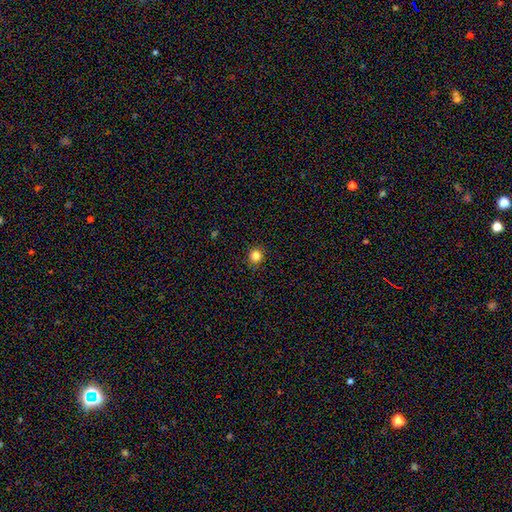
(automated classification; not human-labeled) The model was most divided on "smooth or featured": smooth: 83%, star or artifact: 12%, featured or disk: 4%. More confident: merging — none (92%); how rounded — round (89%).